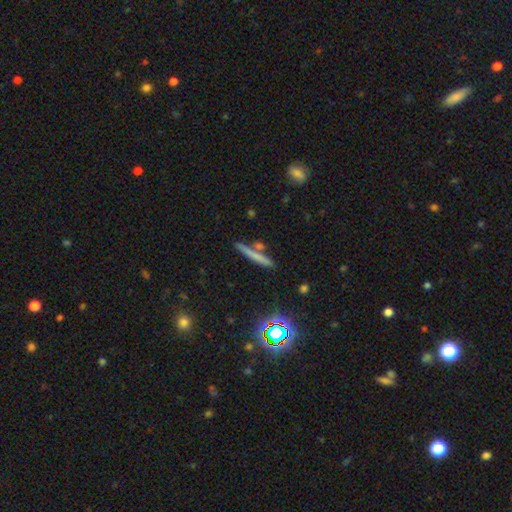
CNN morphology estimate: Smooth or featured: smooth — 60% (featured or disk — 28%)
How rounded: cigar-shaped — 93% (in between — 4%)
Merging: none — 75% (merger — 12%)